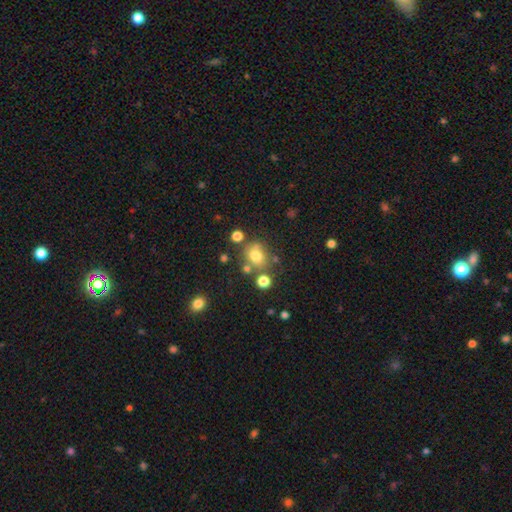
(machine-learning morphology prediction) Overall: smooth (74%). How rounded: round (64%; in between 35%). Merging: none (64%).